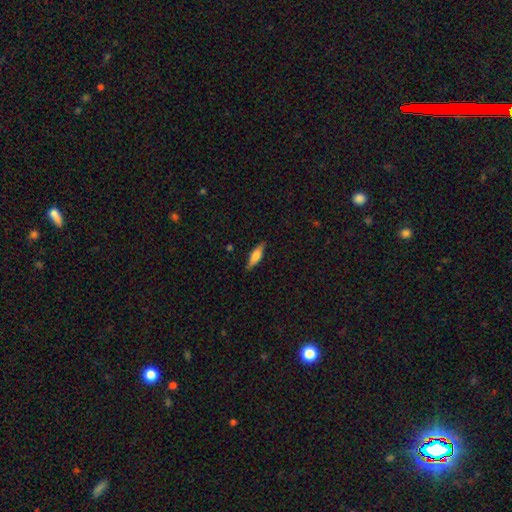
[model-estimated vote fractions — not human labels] smooth 64%, featured or disk 29%, star or artifact 6%. Down the decision tree: how rounded — cigar-shaped (55%); merging — none (85%).